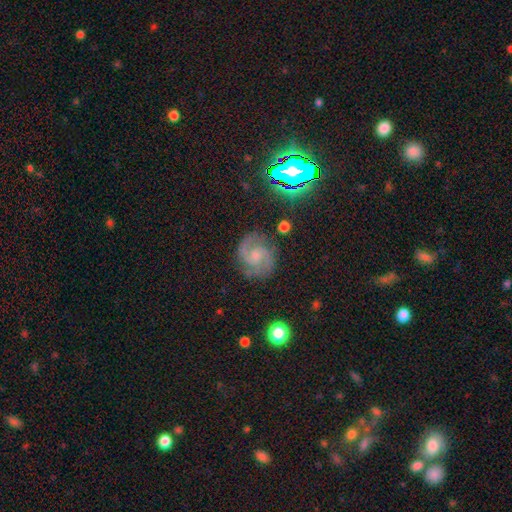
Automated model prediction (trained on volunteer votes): This appears to be a featured or disk galaxy (86%) with no bar (57%), 2 (89%) medium (56%) spiral arms (98%) and a small central bulge (54%). Merging: none (79%).